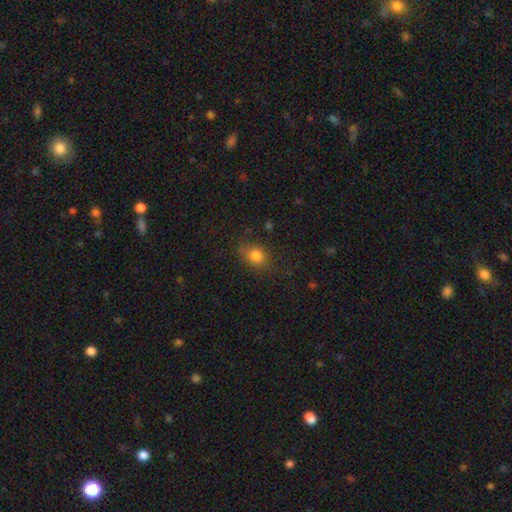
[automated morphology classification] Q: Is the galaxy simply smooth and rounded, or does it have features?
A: smooth — 80%.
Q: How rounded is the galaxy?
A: round — 51%.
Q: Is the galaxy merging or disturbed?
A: none — 74%.